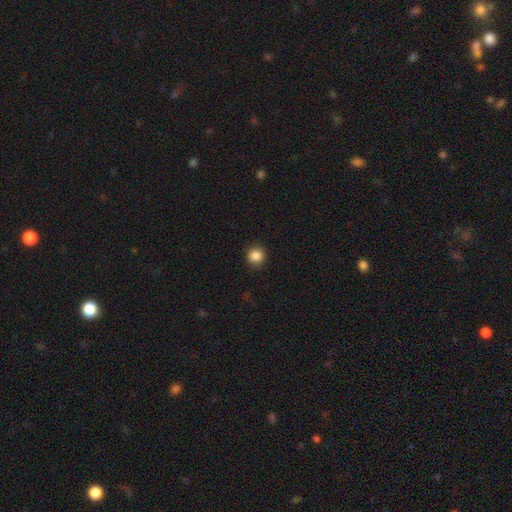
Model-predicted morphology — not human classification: A smooth galaxy with no disk features (87%) that is round (91%). Merging: none (89%).